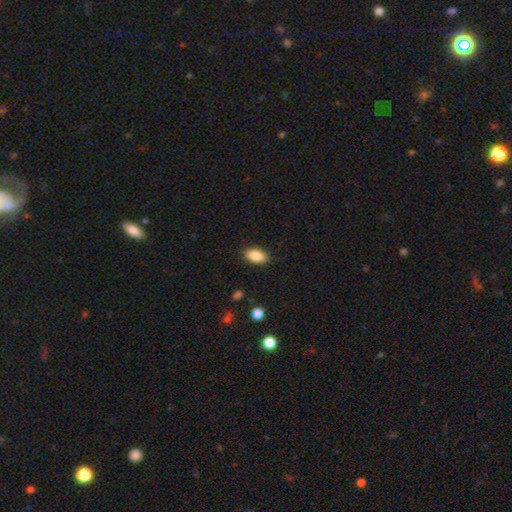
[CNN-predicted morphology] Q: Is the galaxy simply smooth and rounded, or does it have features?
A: smooth — 87%.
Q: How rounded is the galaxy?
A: in between — 90%.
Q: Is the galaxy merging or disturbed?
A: none — 86%.